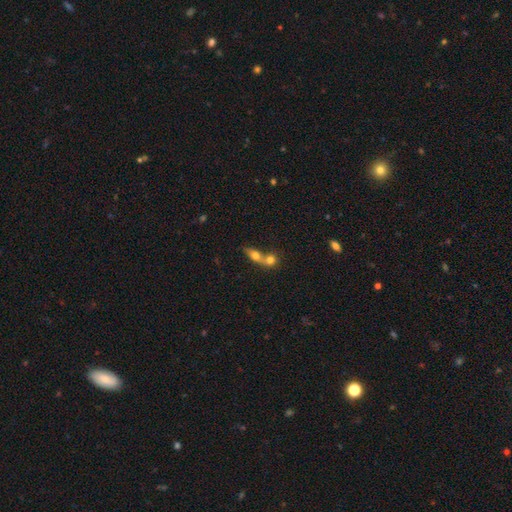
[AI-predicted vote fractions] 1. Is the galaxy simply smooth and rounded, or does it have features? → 66% smooth, 25% featured or disk, 10% star or artifact.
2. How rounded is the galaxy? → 55% in between, 30% round, 15% cigar-shaped.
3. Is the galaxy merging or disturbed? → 70% merger, 21% none, 5% minor disturbance, 3% major disturbance.